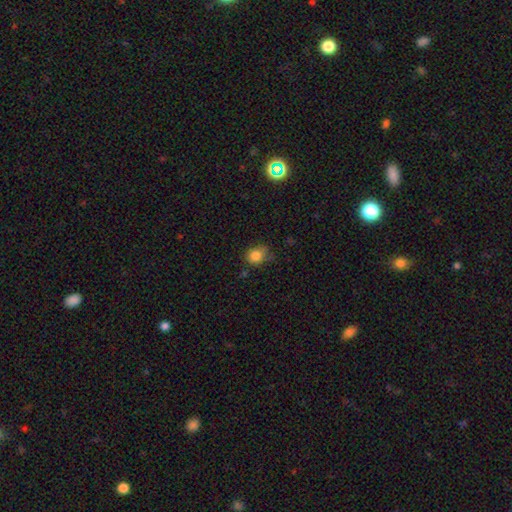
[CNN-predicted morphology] Smooth or featured: smooth — 83% (star or artifact — 11%)
How rounded: round — 68% (in between — 31%)
Merging: none — 56% (minor disturbance — 31%)